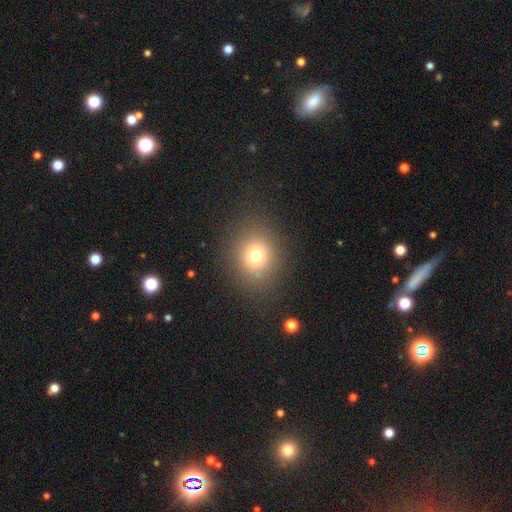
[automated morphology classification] The model was most divided on "how rounded": round: 76%, in between: 23%, cigar-shaped: 1%. More confident: merging — none (86%); smooth or featured — smooth (73%).